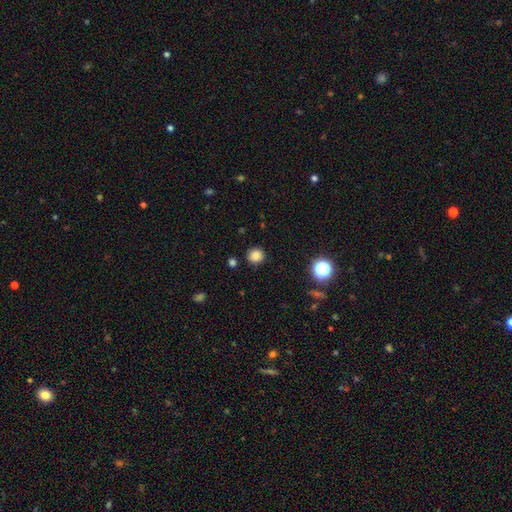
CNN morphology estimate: This appears to be a smooth galaxy with no disk features (83%) that is round (89%). Merging: none (86%).